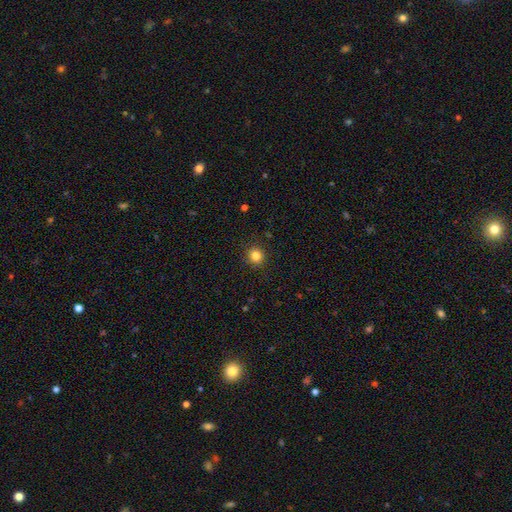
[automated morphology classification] A smooth galaxy with no disk features (83%) that is round (91%). Merging: none (90%).